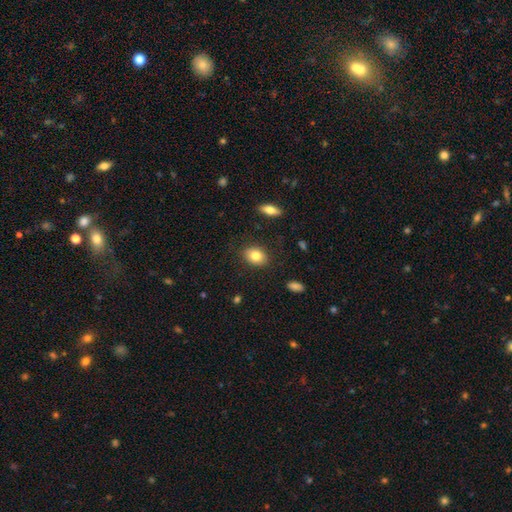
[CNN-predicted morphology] smooth-or-featured: smooth: 81% | featured or disk: 11% | star or artifact: 8%
  how-rounded: in between: 70% | round: 29% | cigar-shaped: 1%
  merging: none: 86% | minor disturbance: 10% | major disturbance: 3% | merger: 1%